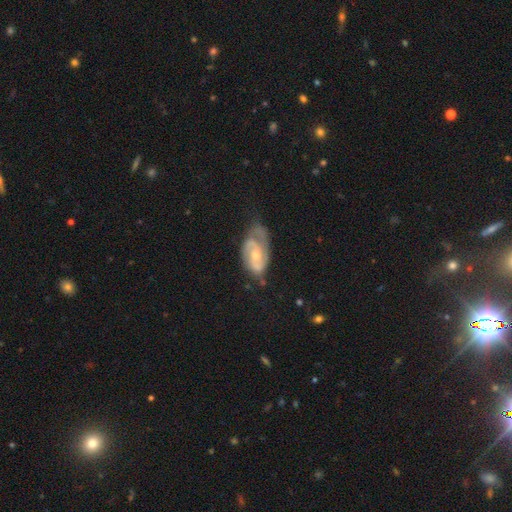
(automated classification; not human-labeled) Smooth or featured?
  - featured or disk: 78% *
  - smooth: 16%
  - star or artifact: 6%
Edge-on disk?
  - no: 96% *
  - yes: 4%
Bar?
  - no: 56% *
  - weak: 36%
  - strong: 7%
Spiral arms?
  - yes: 92% *
  - no: 8%
Spiral winding?
  - medium: 44% *
  - tight: 40%
  - loose: 16%
Spiral arm count?
  - 2: 71% *
  - can't tell: 14%
  - 1: 8%
  - 3: 5%
  - 4: 1%
  - more than 4: 1%
Bulge size?
  - moderate: 57% *
  - small: 38%
  - large: 3%
  - none: 2%
  - dominant: 1%
Merging?
  - none: 44% *
  - minor disturbance: 34%
  - major disturbance: 19%
  - merger: 3%